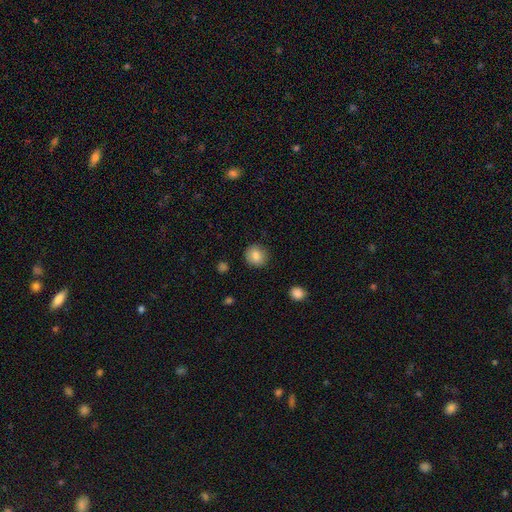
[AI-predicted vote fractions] A smooth galaxy with no disk features (85%) that is round (83%).

Vote fractions:
- Smooth or featured? smooth: 85% / star or artifact: 8% / featured or disk: 7%
- How rounded? round: 83% / in between: 16% / cigar-shaped: 1%
- Merging? none: 88% / minor disturbance: 9% / major disturbance: 2% / merger: 1%